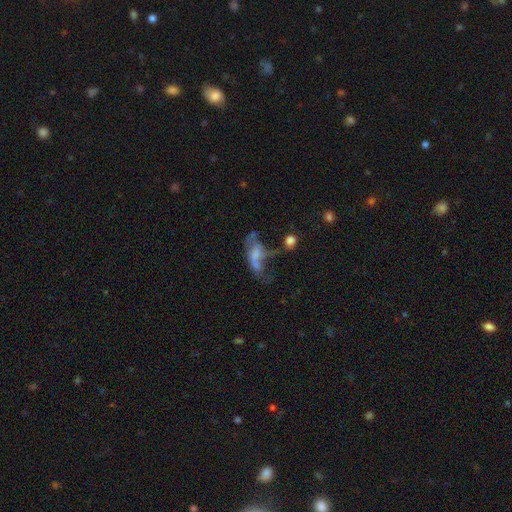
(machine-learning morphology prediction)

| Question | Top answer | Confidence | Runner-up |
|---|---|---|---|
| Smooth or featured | featured or disk | 45% | smooth (41%) |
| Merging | major disturbance | 42% | merger (28%) |